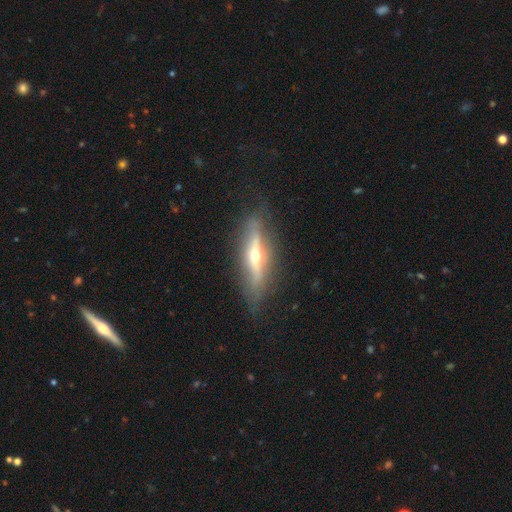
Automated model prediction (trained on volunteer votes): The model was most divided on "smooth or featured": featured or disk: 74%, smooth: 19%, star or artifact: 6%. More confident: edge-on bulge — rounded (91%); edge-on disk — yes (89%); merging — none (80%).